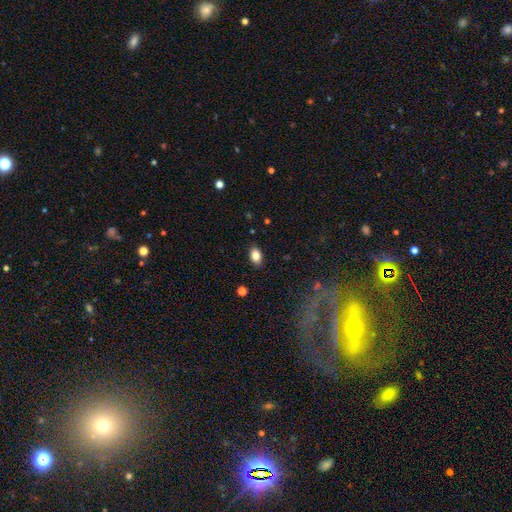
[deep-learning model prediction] smooth_or_featured: smooth (p=0.84) [alt: star or artifact p=0.09]
how_rounded: in between (p=0.88) [alt: round p=0.10]
merging: none (p=0.87) [alt: minor disturbance p=0.10]